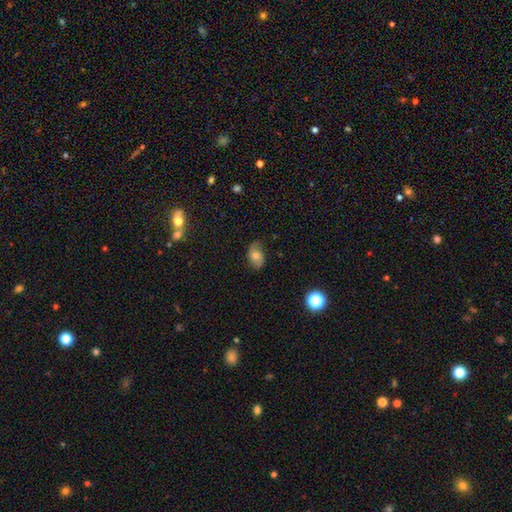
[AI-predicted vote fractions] smooth-or-featured: smooth: 59% | featured or disk: 31% | star or artifact: 10%
  how-rounded: in between: 84% | round: 15% | cigar-shaped: 1%
  merging: none: 71% | minor disturbance: 22% | major disturbance: 6% | merger: 1%